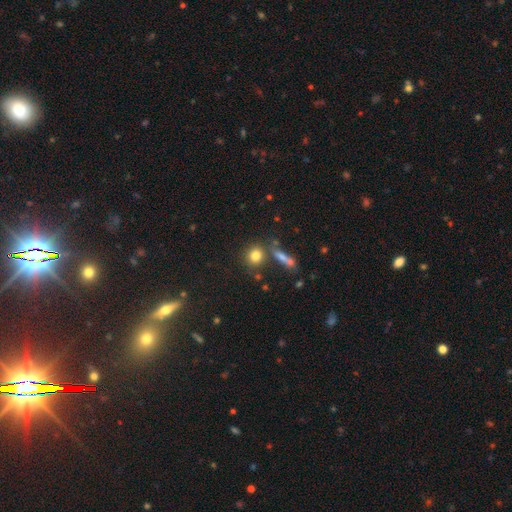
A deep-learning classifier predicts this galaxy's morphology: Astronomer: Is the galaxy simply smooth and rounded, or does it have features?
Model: smooth — 80%.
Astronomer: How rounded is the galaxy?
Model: round — 80%.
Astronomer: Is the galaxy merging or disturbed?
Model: none — 73%.